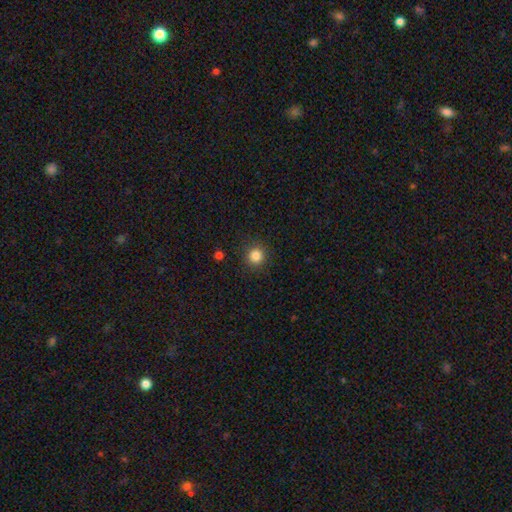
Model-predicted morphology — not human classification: A smooth galaxy with no disk features (84%) that is round (94%). Merging: none (91%).